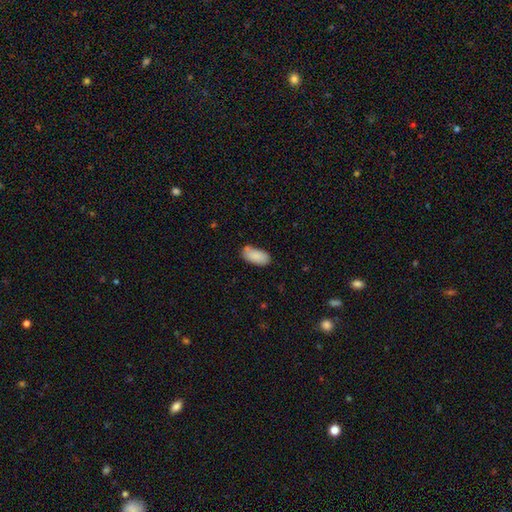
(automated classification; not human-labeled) Smooth or featured? Predicted: smooth (p=0.87). How rounded? Predicted: in between (p=0.92). Merging? Predicted: none (p=0.69).